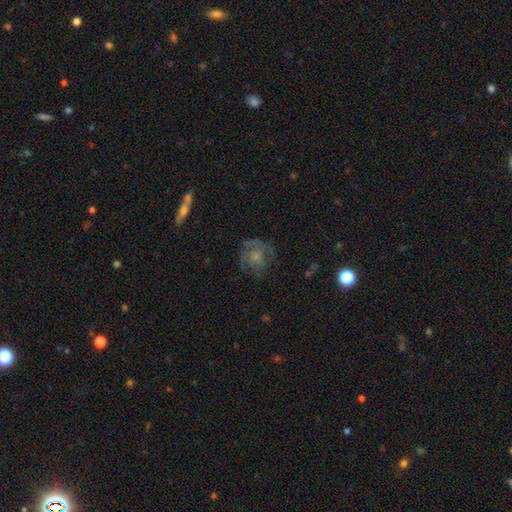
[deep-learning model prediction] Smooth or featured? Predicted: featured or disk (p=0.49). Merging? Predicted: none (p=0.60).